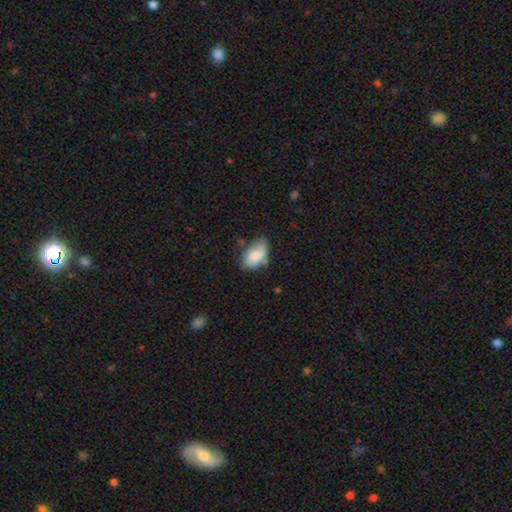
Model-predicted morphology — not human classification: smooth-or-featured: smooth: 80% | featured or disk: 13% | star or artifact: 7%
  how-rounded: in between: 91% | round: 7% | cigar-shaped: 2%
  merging: none: 47% | minor disturbance: 37% | major disturbance: 11% | merger: 5%